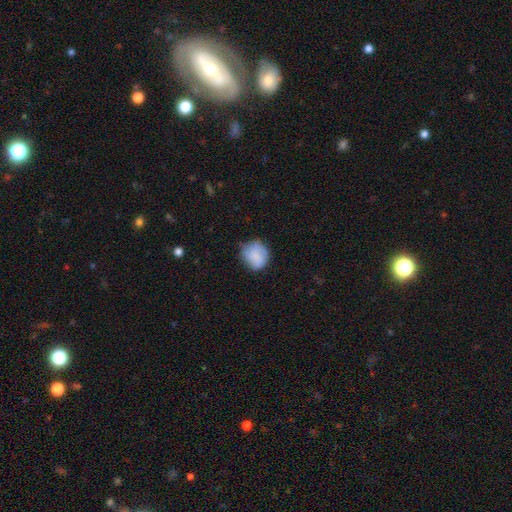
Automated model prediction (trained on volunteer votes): A smooth galaxy with no disk features (74%) that is round (76%). Merging: none (59%).